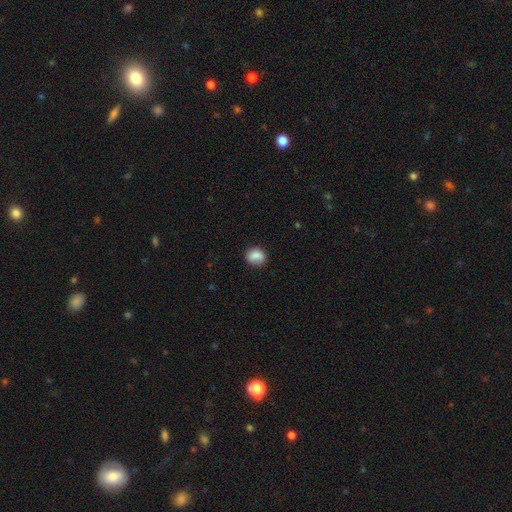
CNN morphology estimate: This is clearly a smooth galaxy (83%). How rounded: likely round (65%). Merging: likely none (78%).